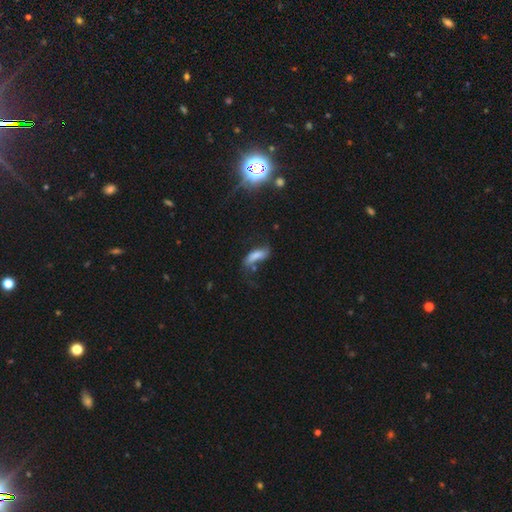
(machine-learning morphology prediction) smooth_or_featured: smooth (p=0.64) [alt: featured or disk p=0.24]
how_rounded: in between (p=0.64) [alt: cigar-shaped p=0.33]
merging: none (p=0.38) [alt: minor disturbance p=0.25]